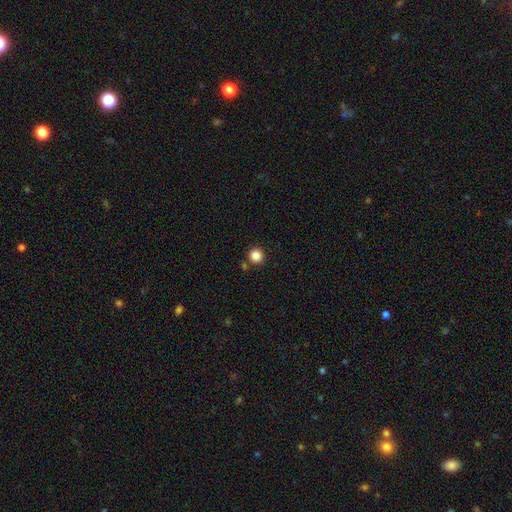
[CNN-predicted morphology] Smooth or featured? smooth (85%)
How rounded? round (95%)
Merging? none (87%)